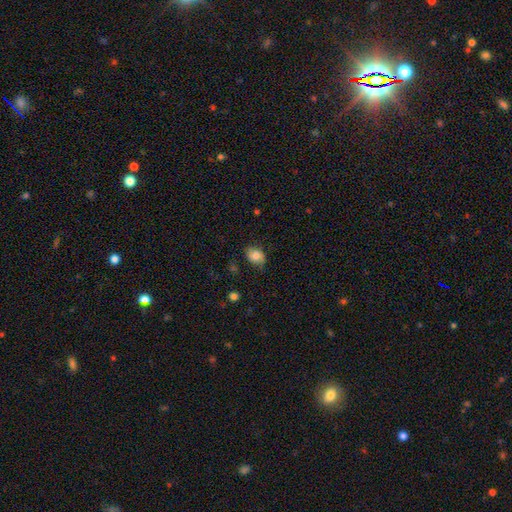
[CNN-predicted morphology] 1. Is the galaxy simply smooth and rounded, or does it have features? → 80% smooth, 12% featured or disk, 8% star or artifact.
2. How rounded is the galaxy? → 74% in between, 25% round, 1% cigar-shaped.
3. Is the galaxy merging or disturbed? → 72% none, 22% minor disturbance, 5% major disturbance, 1% merger.